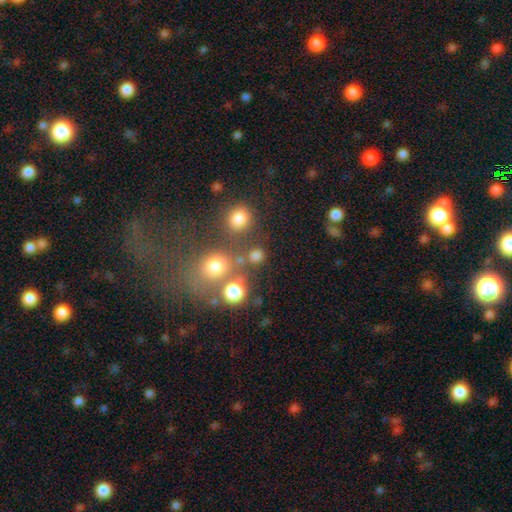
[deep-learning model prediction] Smooth or featured?
  - smooth: 74% *
  - star or artifact: 19%
  - featured or disk: 7%
How rounded?
  - round: 84% *
  - in between: 15%
  - cigar-shaped: 1%
Merging?
  - none: 72% *
  - merger: 14%
  - minor disturbance: 9%
  - major disturbance: 5%